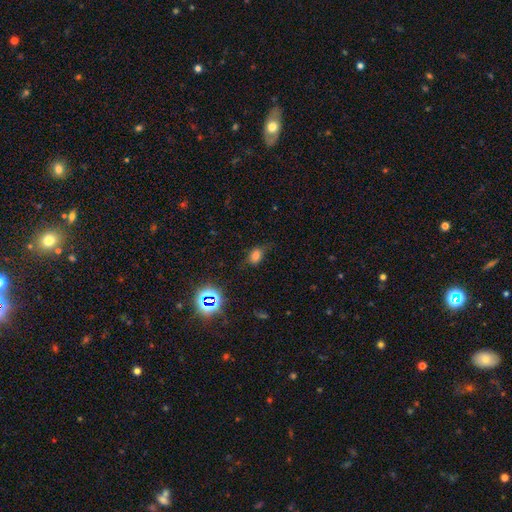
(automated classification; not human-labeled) Smooth or featured? Predicted: smooth (p=0.68). How rounded? Predicted: in between (p=0.81). Merging? Predicted: none (p=0.64).